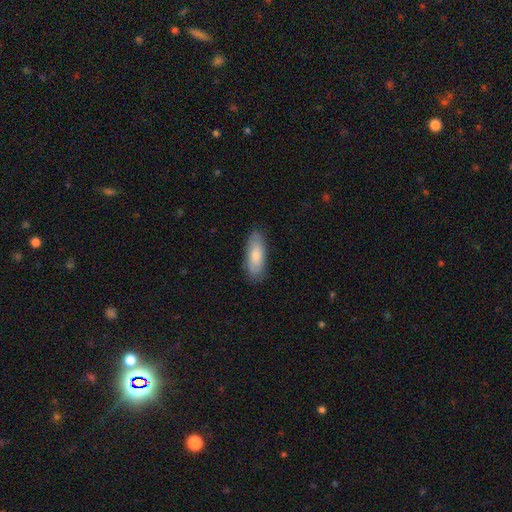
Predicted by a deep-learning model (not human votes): smooth_or_featured: smooth (p=0.80) [alt: featured or disk p=0.15]
how_rounded: in between (p=0.70) [alt: cigar-shaped p=0.29]
merging: none (p=0.83) [alt: minor disturbance p=0.13]